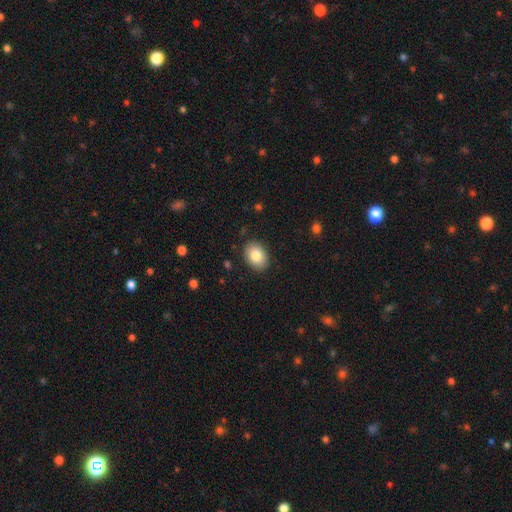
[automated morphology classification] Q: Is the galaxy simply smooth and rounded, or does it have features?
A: smooth — 83%.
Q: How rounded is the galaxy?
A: in between — 73%.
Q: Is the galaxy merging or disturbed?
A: none — 88%.